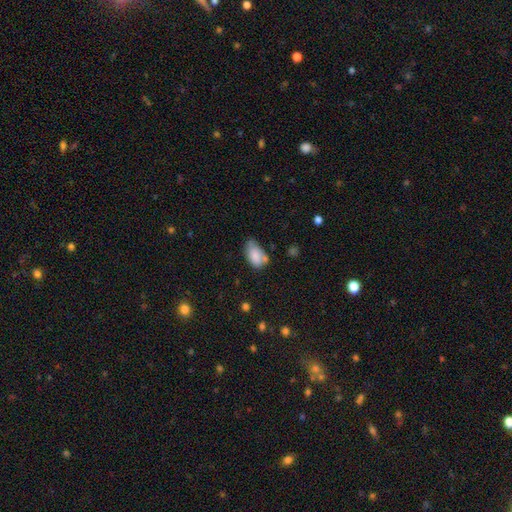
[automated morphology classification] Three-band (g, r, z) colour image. It shows a smooth galaxy with no disk features (80%) that is in between round and cigar-shaped (91%). Merging: none (41%).